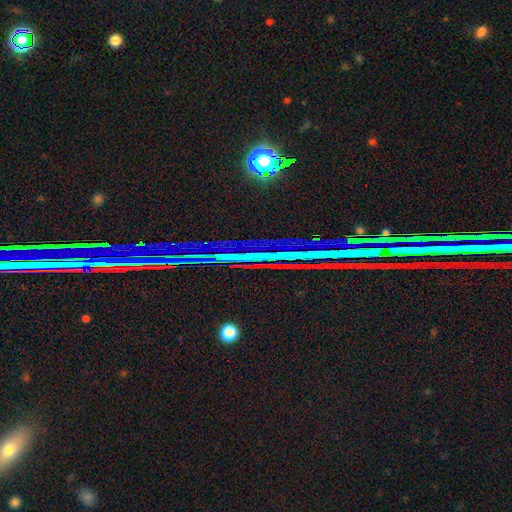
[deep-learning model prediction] Smooth or featured? star or artifact (79%)